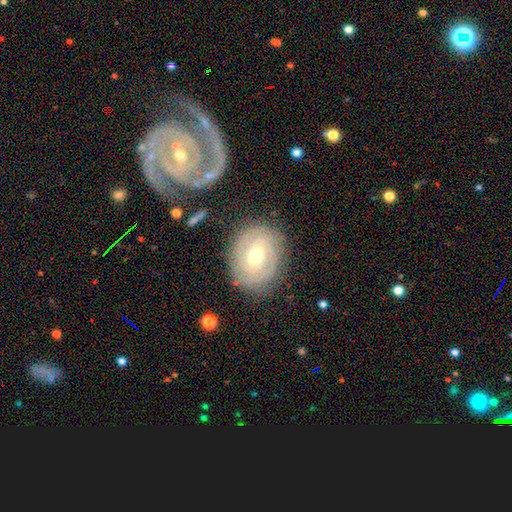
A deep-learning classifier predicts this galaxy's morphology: Overall: featured or disk (72%). Edge-on disk: no (95%). Bar: weak (53%; no 25%). Spiral arms: yes (79%). Spiral arm count: 2 (41%; can't tell 38%). Spiral winding: tight (72%). Bulge size: moderate (65%; small 30%). Merging: none (79%).